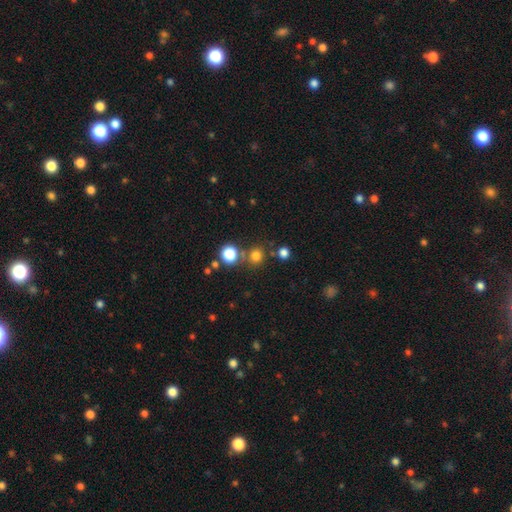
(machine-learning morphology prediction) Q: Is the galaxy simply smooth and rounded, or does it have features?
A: smooth — 75%.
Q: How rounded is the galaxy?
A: round — 89%.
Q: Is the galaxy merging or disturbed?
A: none — 73%.